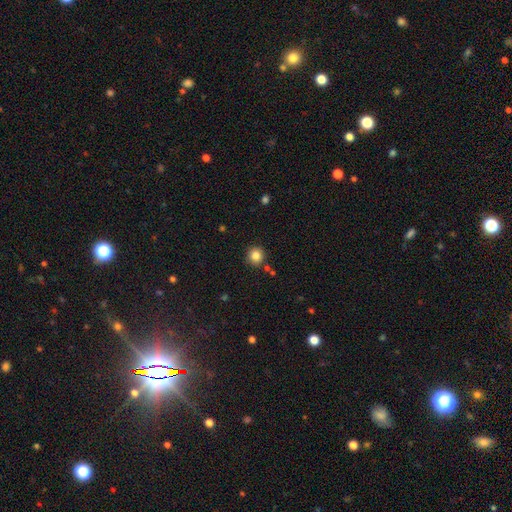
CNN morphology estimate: Smooth or featured? Predicted: smooth (p=0.84). How rounded? Predicted: round (p=0.93). Merging? Predicted: none (p=0.87).